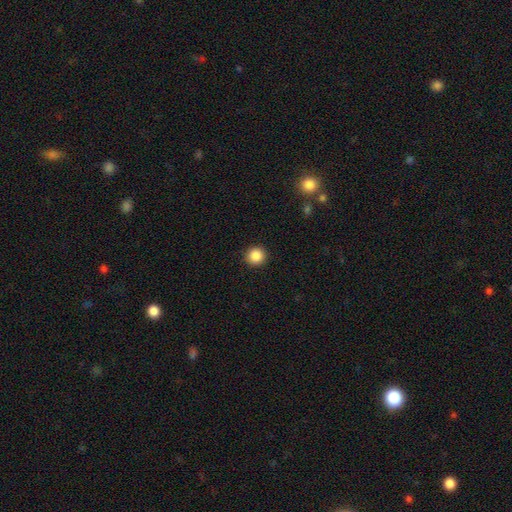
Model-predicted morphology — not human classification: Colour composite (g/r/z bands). It shows a smooth galaxy with no disk features (87%) that is round (93%). Merging: none (92%).